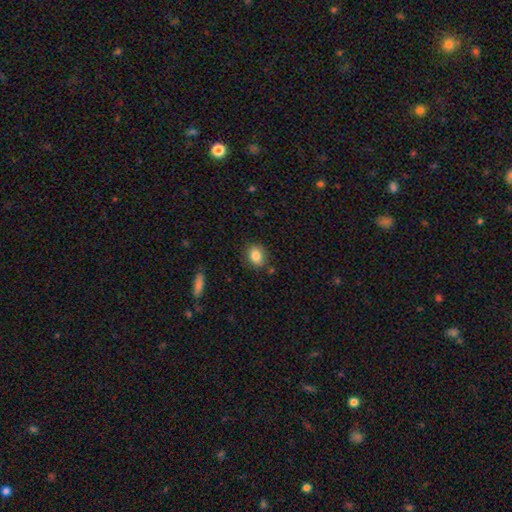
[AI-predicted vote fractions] Q: Smooth or featured?
A: smooth (84%); runner-up: star or artifact (9%)
Q: How rounded?
A: in between (51%); runner-up: round (47%)
Q: Merging?
A: none (82%); runner-up: minor disturbance (12%)